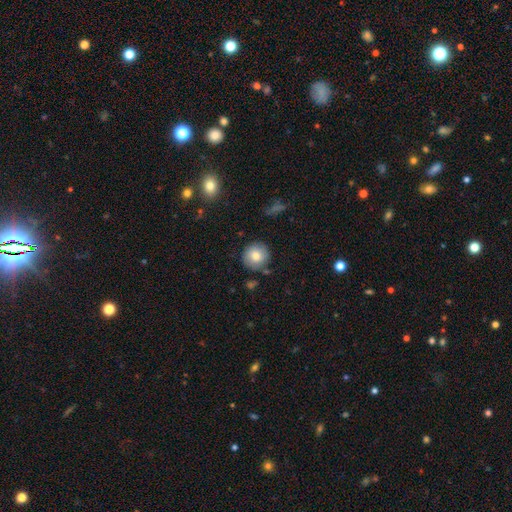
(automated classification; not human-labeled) Smooth or featured? Predicted: smooth (p=0.80). How rounded? Predicted: round (p=0.94). Merging? Predicted: none (p=0.84).